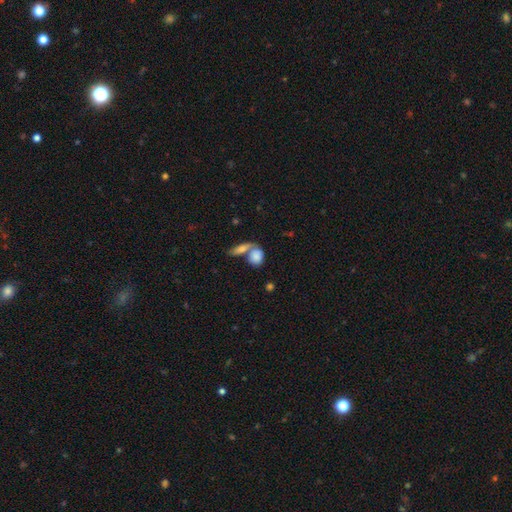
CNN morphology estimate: type=smooth (80%); roundness=in between (58%); merging=merger (53%).